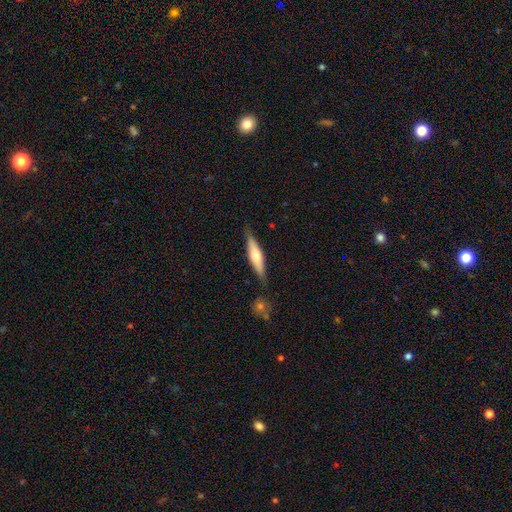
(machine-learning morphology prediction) This is possibly a smooth galaxy (53%). How rounded: likely cigar-shaped (79%). Merging: clearly none (82%).